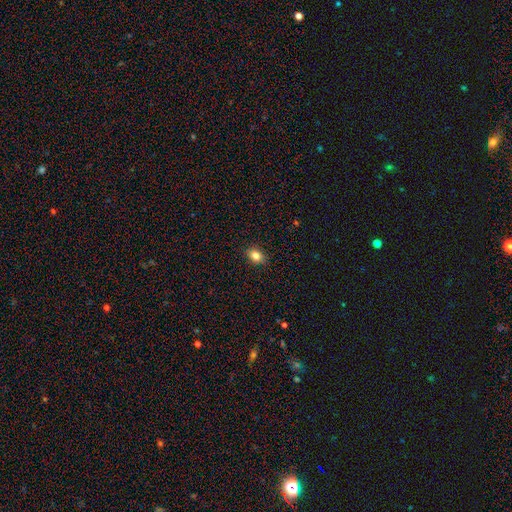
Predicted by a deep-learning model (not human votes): Smooth or featured: smooth — 84% (star or artifact — 10%)
How rounded: in between — 73% (round — 26%)
Merging: none — 89% (minor disturbance — 8%)